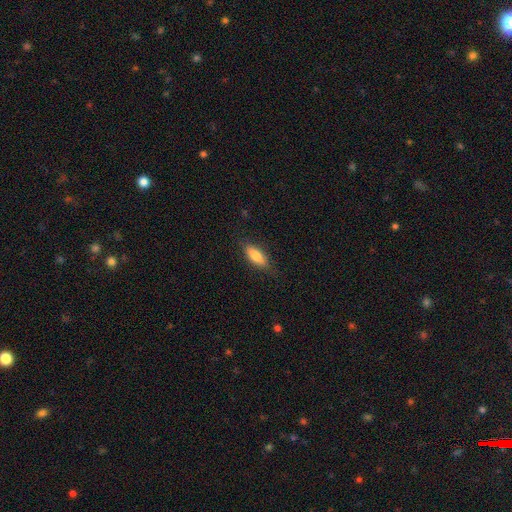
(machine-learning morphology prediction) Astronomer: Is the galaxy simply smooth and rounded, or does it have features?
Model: smooth — 75%.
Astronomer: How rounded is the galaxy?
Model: in between — 60% (runner-up: cigar-shaped, 38%).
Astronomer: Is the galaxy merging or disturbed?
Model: none — 83%.